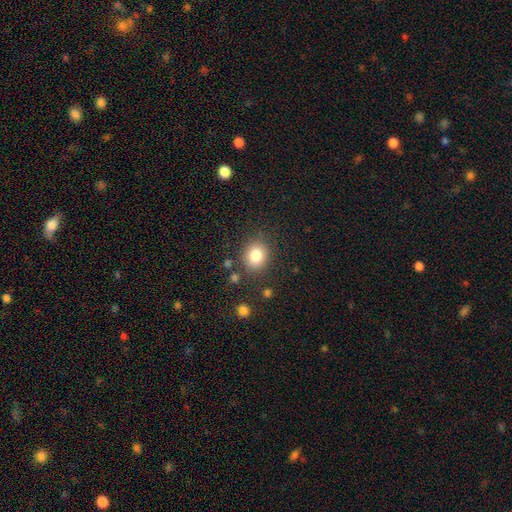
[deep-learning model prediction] Smooth or featured: smooth — 82% (star or artifact — 11%)
How rounded: round — 68% (in between — 31%)
Merging: none — 82% (minor disturbance — 10%)